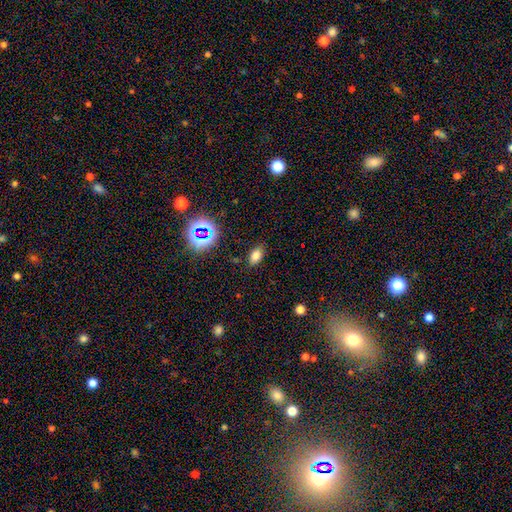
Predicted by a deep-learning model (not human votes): Morphology: type=smooth (73%); roundness=in between (87%); merging=none (84%).